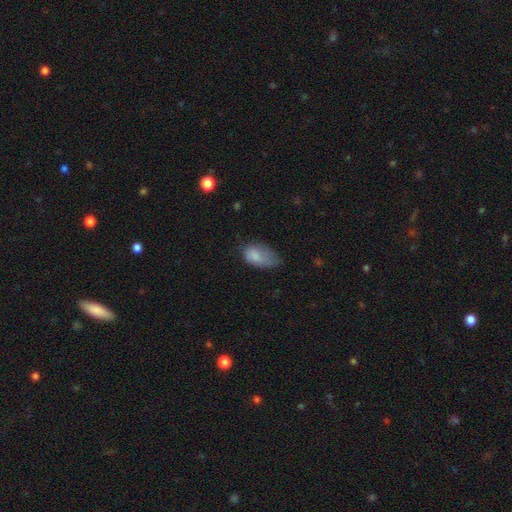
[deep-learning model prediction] Smooth or featured? Predicted: smooth (p=0.80). How rounded? Predicted: in between (p=0.92). Merging? Predicted: minor disturbance (p=0.43).